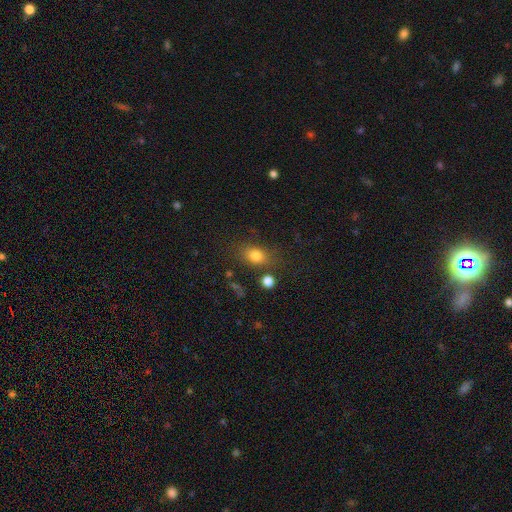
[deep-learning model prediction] smooth_or_featured: smooth (p=0.79) [alt: star or artifact p=0.12]
how_rounded: in between (p=0.67) [alt: round p=0.31]
merging: none (p=0.73) [alt: minor disturbance p=0.15]